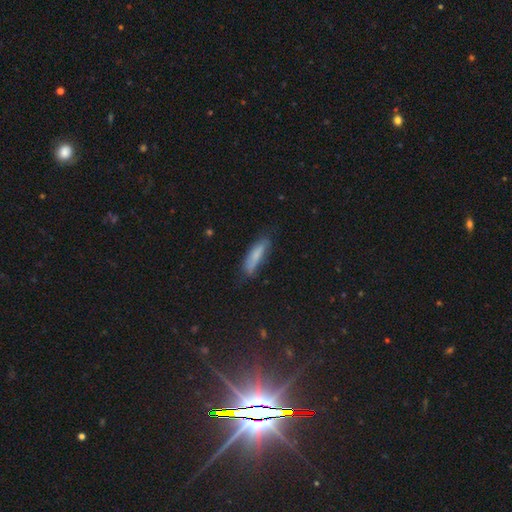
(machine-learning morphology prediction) Smooth or featured?
  - smooth: 73% *
  - featured or disk: 19%
  - star or artifact: 8%
How rounded?
  - cigar-shaped: 66% *
  - in between: 32%
  - round: 2%
Merging?
  - none: 65% *
  - minor disturbance: 25%
  - major disturbance: 7%
  - merger: 2%